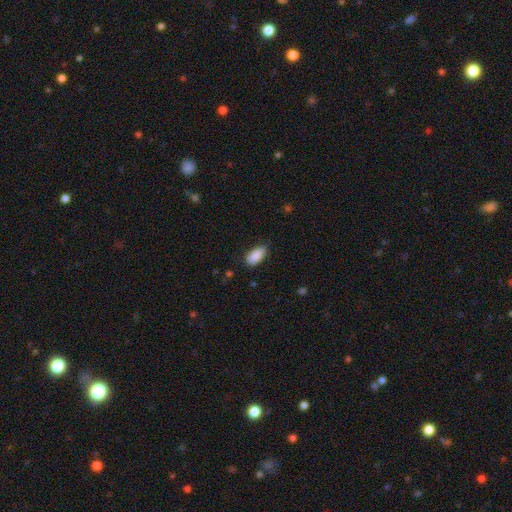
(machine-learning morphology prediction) A smooth galaxy with no disk features (89%) that is in between round and cigar-shaped (92%).

Vote fractions:
- Smooth or featured? smooth: 89% / star or artifact: 7% / featured or disk: 4%
- How rounded? in between: 92% / cigar-shaped: 5% / round: 2%
- Merging? none: 77% / minor disturbance: 19% / major disturbance: 3% / merger: 1%